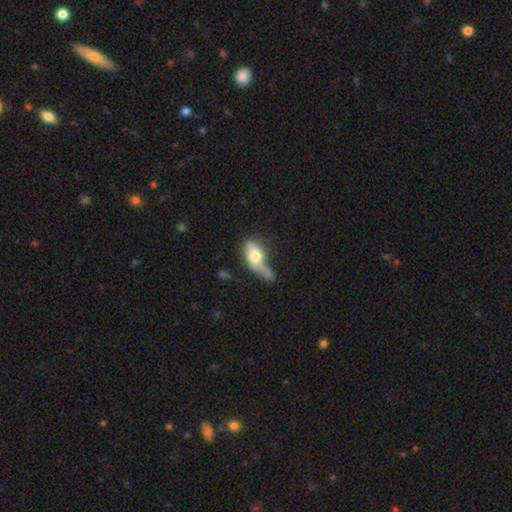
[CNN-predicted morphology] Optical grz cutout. It shows a smooth galaxy with no disk features (60%) that is in between round and cigar-shaped (74%). Merging: major disturbance (34%).